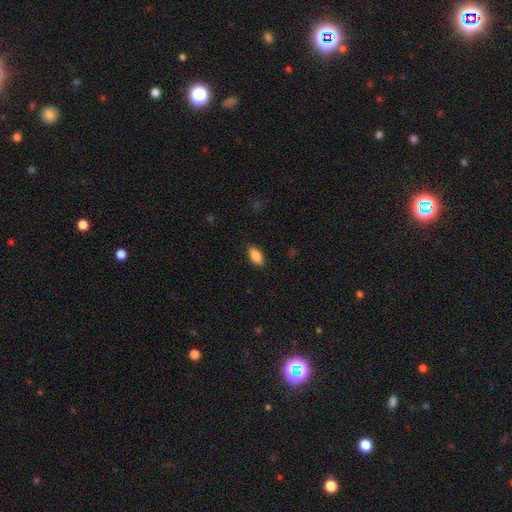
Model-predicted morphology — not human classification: smooth-or-featured: smooth: 85% | featured or disk: 8% | star or artifact: 7%
  how-rounded: in between: 87% | cigar-shaped: 10% | round: 3%
  merging: none: 88% | minor disturbance: 9% | major disturbance: 2% | merger: 1%